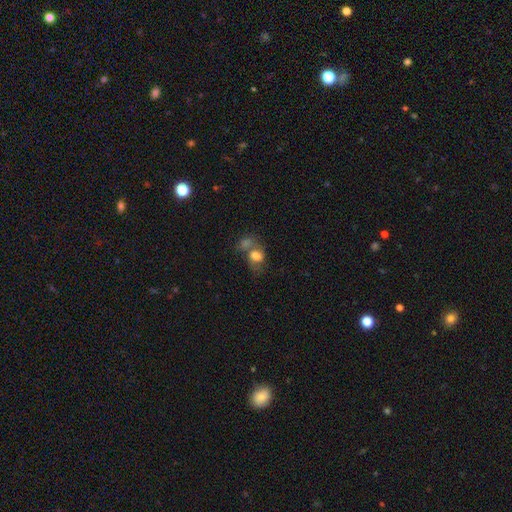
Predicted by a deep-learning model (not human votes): Smooth or featured? smooth (72%)
How rounded? in between (53%)
Merging? merger (52%)